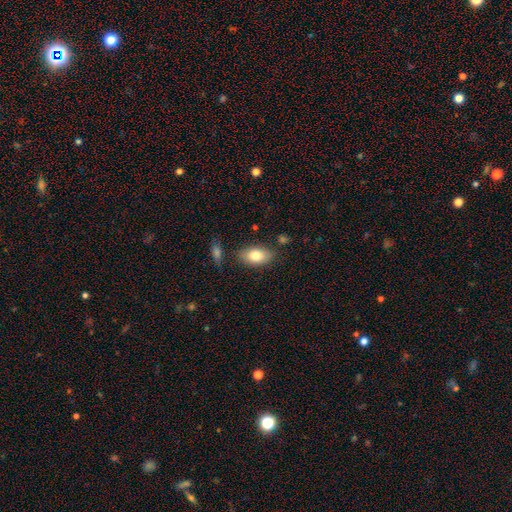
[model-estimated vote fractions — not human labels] Morphology: type=smooth (78%); roundness=in between (92%); merging=none (79%).